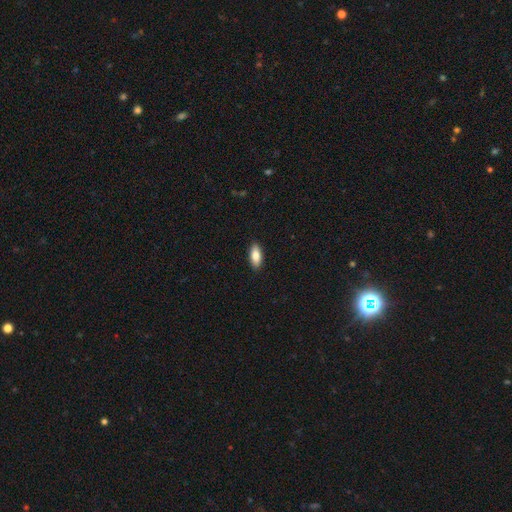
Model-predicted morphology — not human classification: Smooth or featured?
  - smooth: 82% *
  - featured or disk: 11%
  - star or artifact: 6%
How rounded?
  - in between: 86% *
  - cigar-shaped: 12%
  - round: 2%
Merging?
  - none: 91% *
  - minor disturbance: 7%
  - major disturbance: 2%
  - merger: 1%